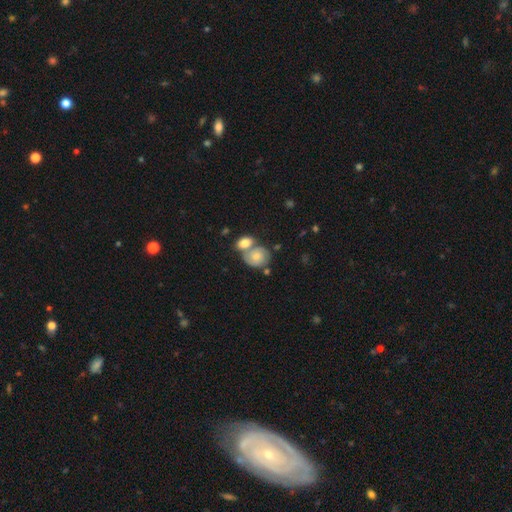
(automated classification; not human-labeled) Morphology: type=featured or disk (50%); merging=merger (48%).